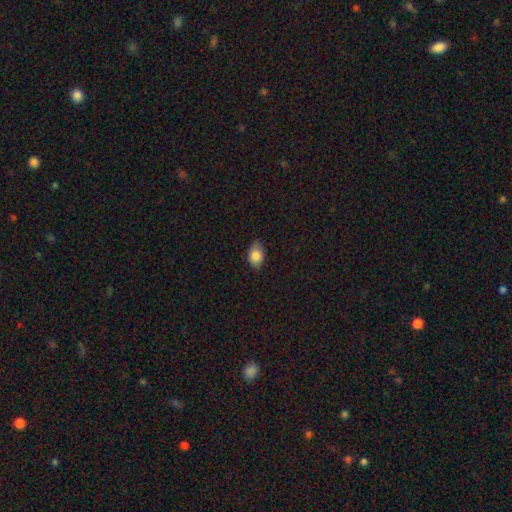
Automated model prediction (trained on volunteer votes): This is clearly a smooth galaxy (85%). How rounded: clearly in between (83%). Merging: likely none (75%).